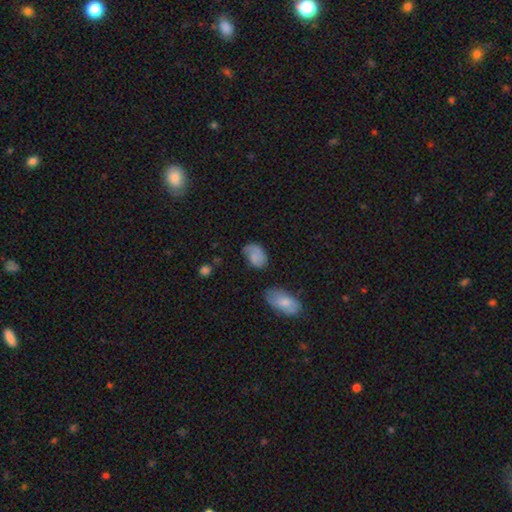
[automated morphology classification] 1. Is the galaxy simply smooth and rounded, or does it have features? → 68% smooth, 23% featured or disk, 9% star or artifact.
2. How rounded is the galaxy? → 87% in between, 11% round, 2% cigar-shaped.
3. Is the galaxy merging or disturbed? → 50% none, 32% minor disturbance, 14% major disturbance, 5% merger.